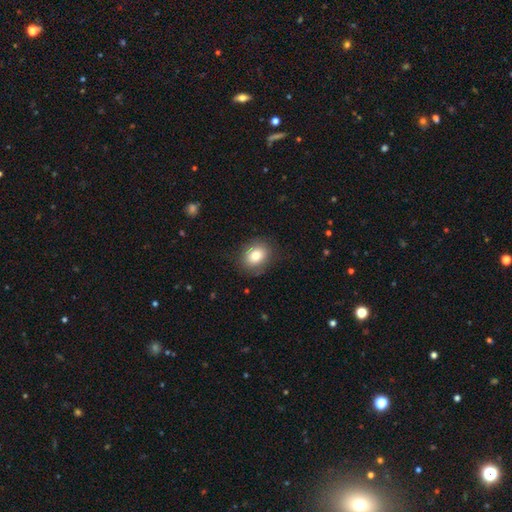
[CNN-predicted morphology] type=smooth (80%); roundness=in between (52%); merging=none (83%).